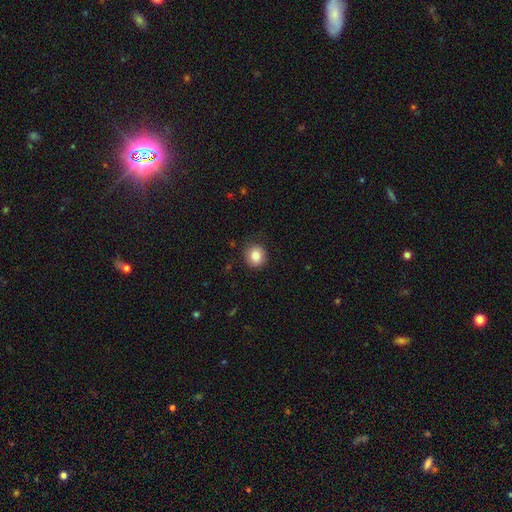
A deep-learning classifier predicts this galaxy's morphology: Q: Smooth or featured?
A: smooth (84%); runner-up: star or artifact (9%)
Q: How rounded?
A: round (89%); runner-up: in between (10%)
Q: Merging?
A: none (87%); runner-up: minor disturbance (9%)